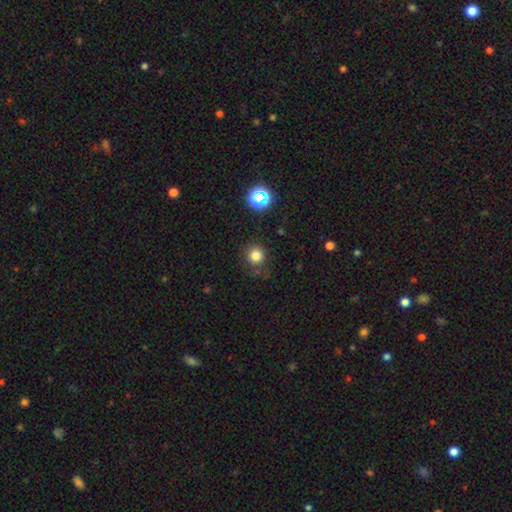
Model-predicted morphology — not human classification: smooth-or-featured: smooth: 80% | star or artifact: 15% | featured or disk: 5%
  how-rounded: round: 93% | in between: 6% | cigar-shaped: 1%
  merging: none: 81% | minor disturbance: 12% | major disturbance: 5% | merger: 2%